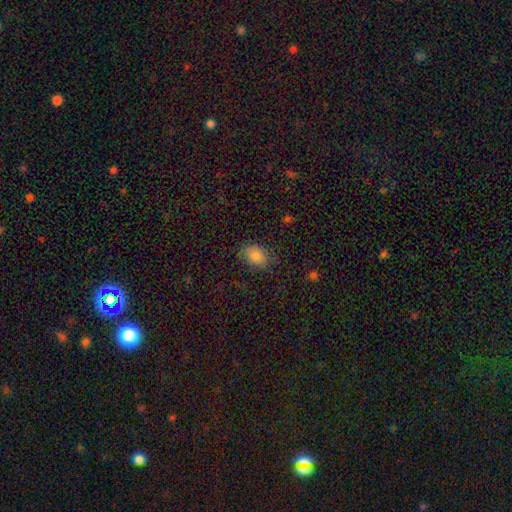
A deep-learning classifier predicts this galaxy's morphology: Smooth or featured? smooth (84%)
How rounded? in between (79%)
Merging? none (78%)